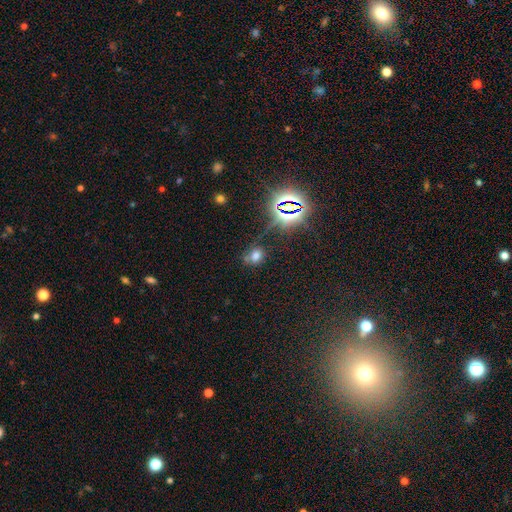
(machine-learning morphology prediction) smooth_or_featured: smooth (p=0.57) [alt: star or artifact p=0.33]
how_rounded: round (p=0.52) [alt: in between p=0.46]
merging: none (p=0.65) [alt: minor disturbance p=0.16]